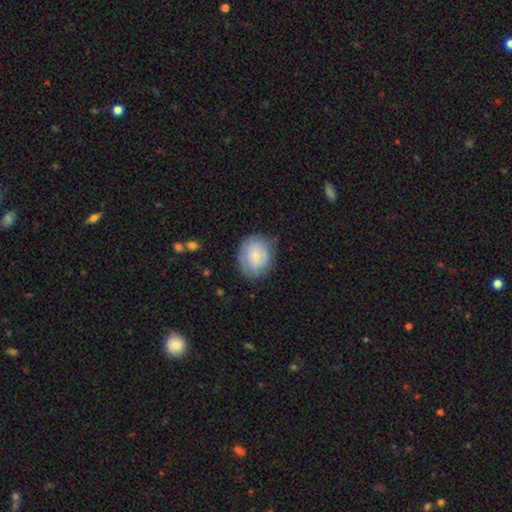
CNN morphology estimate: Smooth or featured?
  - smooth: 71% *
  - featured or disk: 22%
  - star or artifact: 7%
How rounded?
  - round: 57% *
  - in between: 42%
  - cigar-shaped: 1%
Merging?
  - none: 74% *
  - minor disturbance: 19%
  - major disturbance: 5%
  - merger: 1%